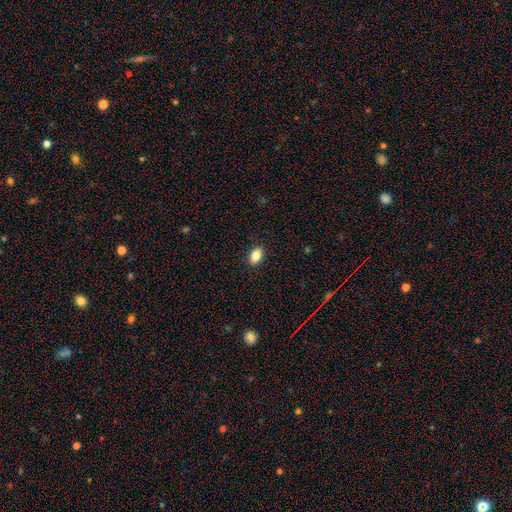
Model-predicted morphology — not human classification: smooth 85%, star or artifact 9%, featured or disk 6%. Down the decision tree: how rounded — in between (86%); merging — none (90%).